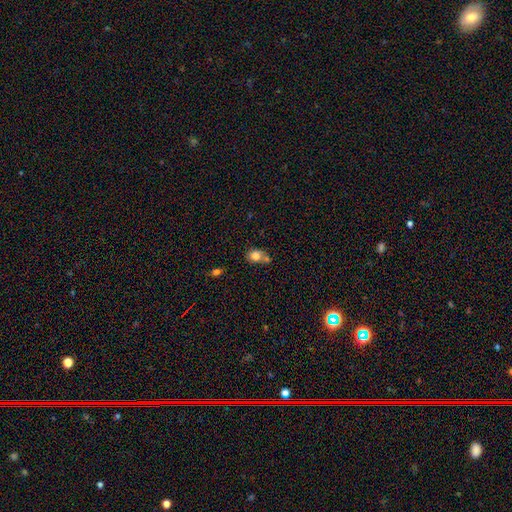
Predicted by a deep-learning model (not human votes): A smooth galaxy with no disk features (80%) that is round (57%). Merging: none (43%).